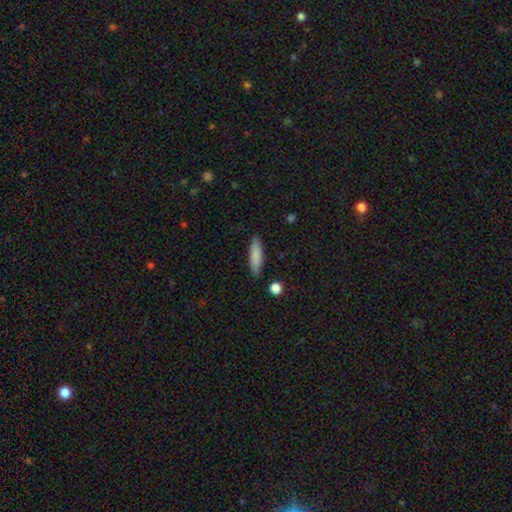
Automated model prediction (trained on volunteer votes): Morphology: type=smooth (83%); roundness=cigar-shaped (69%); merging=none (86%).